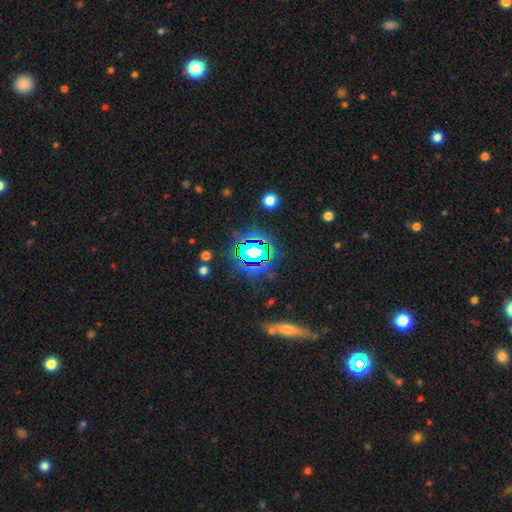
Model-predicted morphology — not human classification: Overall: star or artifact (74%).